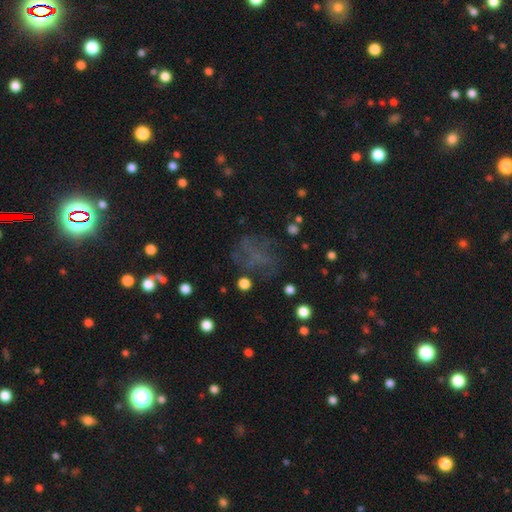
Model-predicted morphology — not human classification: Smooth or featured? smooth (40%)
Merging? none (54%)